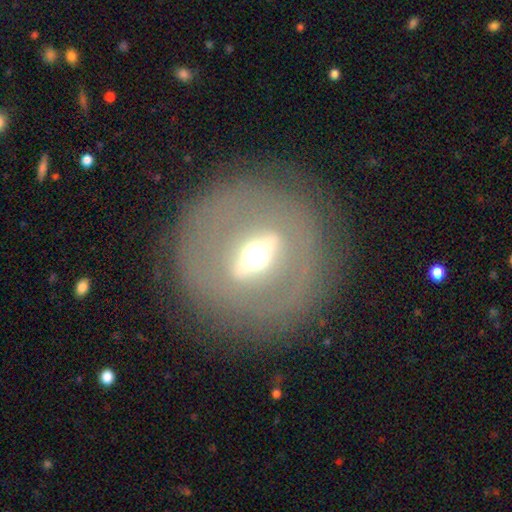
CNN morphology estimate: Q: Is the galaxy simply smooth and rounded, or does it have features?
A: featured or disk — 71%.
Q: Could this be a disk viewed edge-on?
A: no — 68%.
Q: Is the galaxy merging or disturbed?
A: none — 84%.